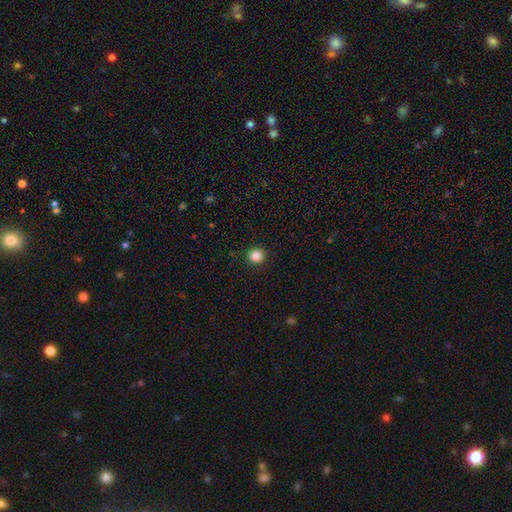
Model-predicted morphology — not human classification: Smooth or featured?
  - smooth: 86% *
  - star or artifact: 11%
  - featured or disk: 3%
How rounded?
  - round: 93% *
  - in between: 6%
  - cigar-shaped: 1%
Merging?
  - none: 91% *
  - minor disturbance: 6%
  - major disturbance: 2%
  - merger: 1%